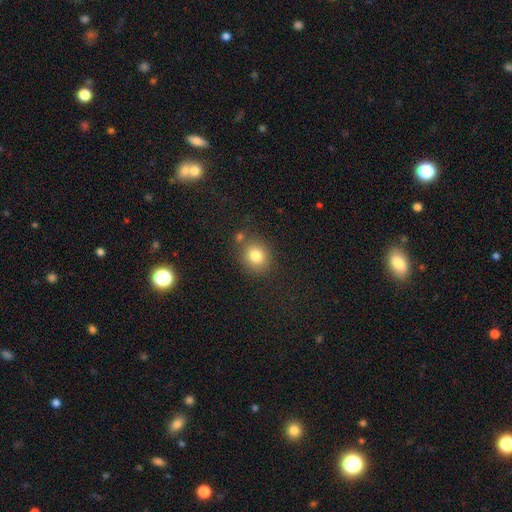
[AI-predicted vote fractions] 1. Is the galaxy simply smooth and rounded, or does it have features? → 81% smooth, 11% star or artifact, 7% featured or disk.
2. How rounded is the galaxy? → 75% round, 24% in between, 1% cigar-shaped.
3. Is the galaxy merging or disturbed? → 77% none, 11% minor disturbance, 8% merger, 4% major disturbance.